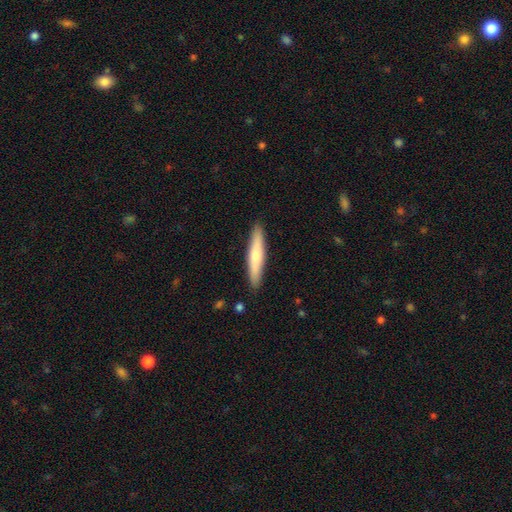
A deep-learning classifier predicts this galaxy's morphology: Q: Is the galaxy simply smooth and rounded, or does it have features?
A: smooth — 60%.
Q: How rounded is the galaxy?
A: cigar-shaped — 88%.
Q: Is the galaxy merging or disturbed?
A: none — 90%.